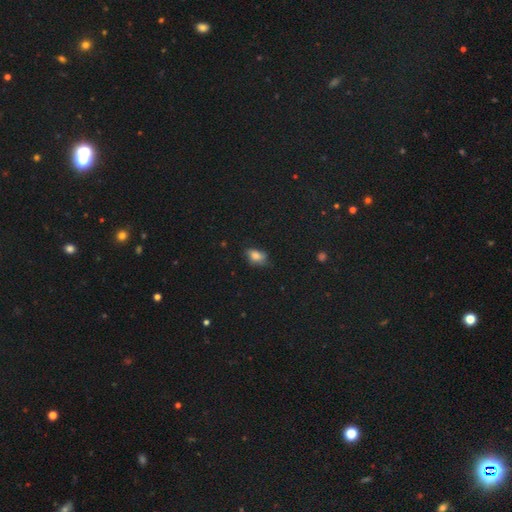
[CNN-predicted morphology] A smooth galaxy with no disk features (78%) that is in between round and cigar-shaped (83%). Merging: none (65%).